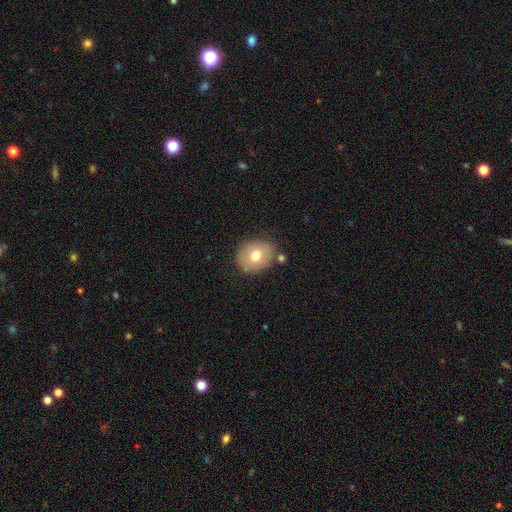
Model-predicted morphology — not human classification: Smooth or featured?
  - smooth: 70% *
  - featured or disk: 21%
  - star or artifact: 9%
How rounded?
  - round: 61% *
  - in between: 38%
  - cigar-shaped: 1%
Merging?
  - none: 76% *
  - minor disturbance: 14%
  - merger: 6%
  - major disturbance: 4%